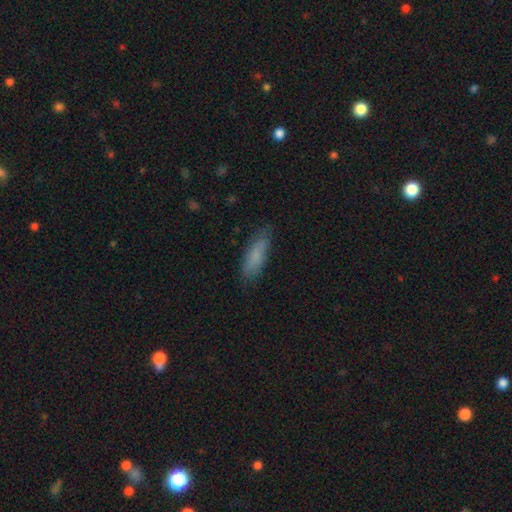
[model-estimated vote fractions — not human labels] This appears to be a smooth galaxy with no disk features (78%) that is cigar-shaped (52%). Merging: none (76%).